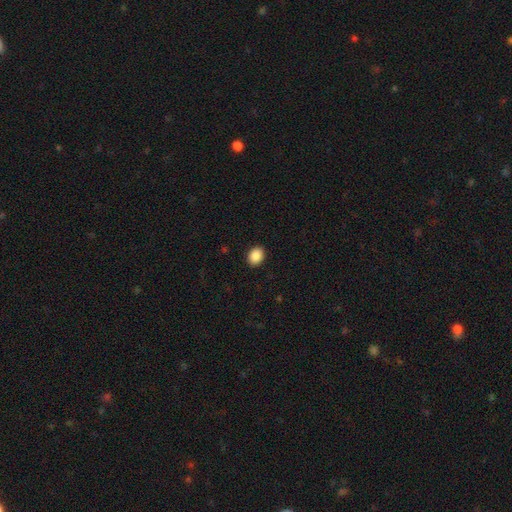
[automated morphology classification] Overall: smooth (90%). How rounded: in between (64%; round 35%). Merging: none (91%).